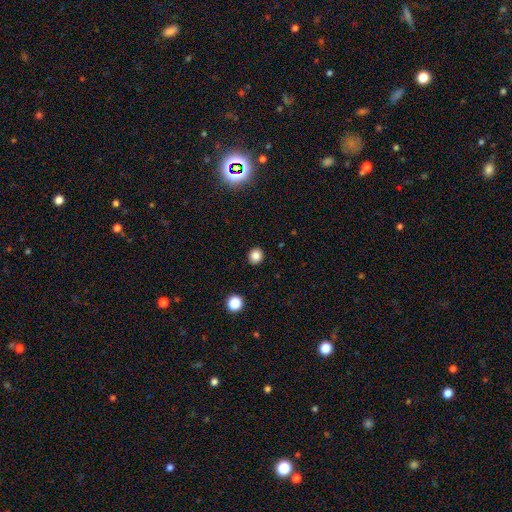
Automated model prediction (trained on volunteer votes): The model was most divided on "how rounded": round: 81%, in between: 18%, cigar-shaped: 1%. More confident: merging — none (91%); smooth or featured — smooth (84%).